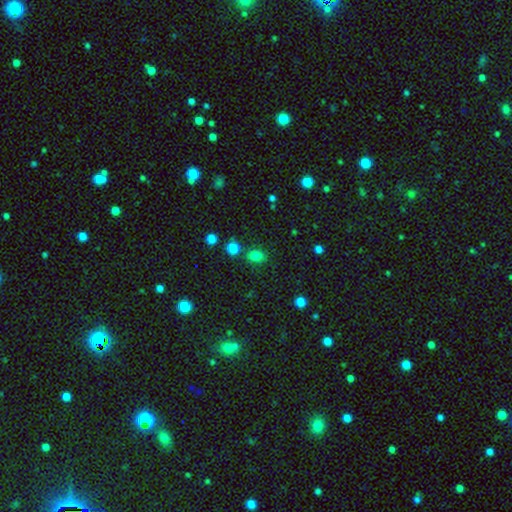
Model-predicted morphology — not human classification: Smooth or featured?
  - smooth: 80% *
  - star or artifact: 15%
  - featured or disk: 5%
How rounded?
  - in between: 60% *
  - round: 39%
  - cigar-shaped: 1%
Merging?
  - none: 76% *
  - minor disturbance: 12%
  - merger: 9%
  - major disturbance: 4%